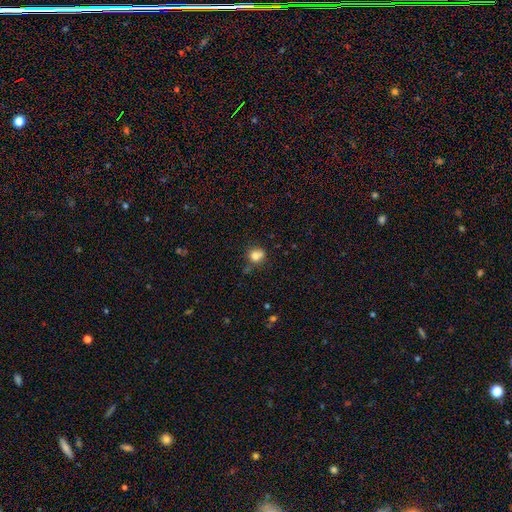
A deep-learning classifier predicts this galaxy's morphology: This appears to be a smooth galaxy with no disk features (79%) that is round (79%). Merging: none (59%).